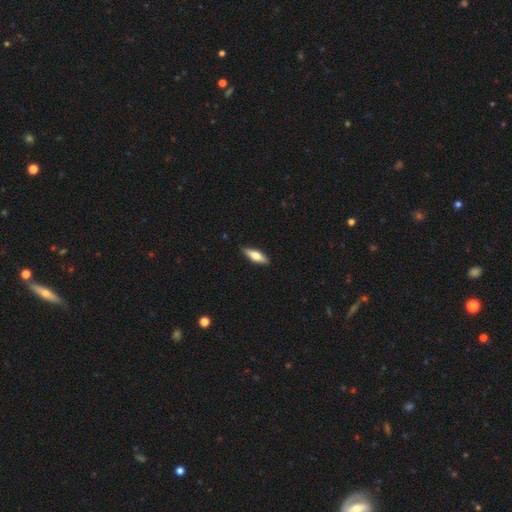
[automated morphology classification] Smooth or featured: smooth — 60% (featured or disk — 34%)
How rounded: in between — 51% (cigar-shaped — 47%)
Merging: none — 89% (minor disturbance — 8%)